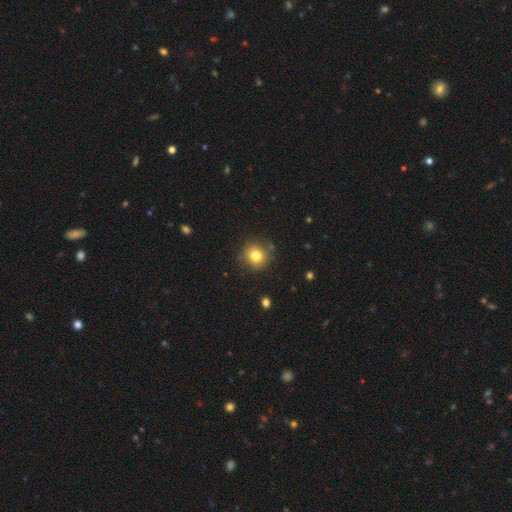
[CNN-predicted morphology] smooth-or-featured: smooth: 81% | star or artifact: 11% | featured or disk: 8%
  how-rounded: round: 91% | in between: 8% | cigar-shaped: 1%
  merging: none: 84% | minor disturbance: 10% | major disturbance: 3% | merger: 3%